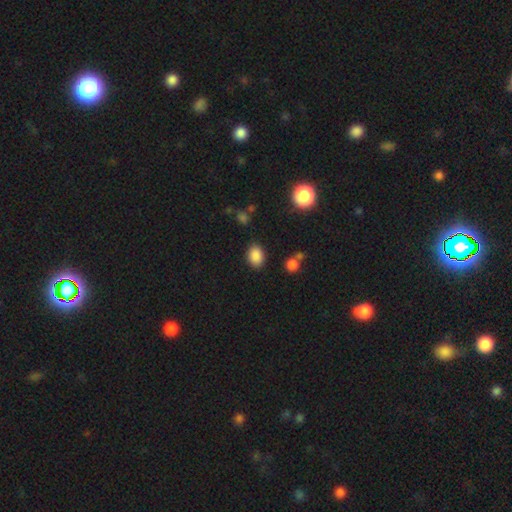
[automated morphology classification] This appears to be a smooth galaxy with no disk features (86%) that is in between round and cigar-shaped (72%). Merging: none (85%).